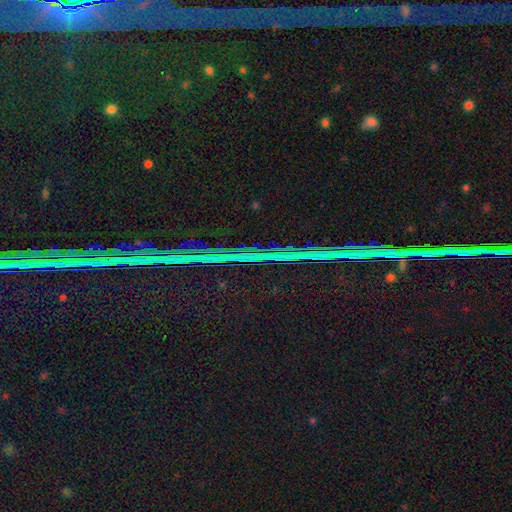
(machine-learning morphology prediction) Q: Smooth or featured?
A: star or artifact (88%); runner-up: featured or disk (7%)